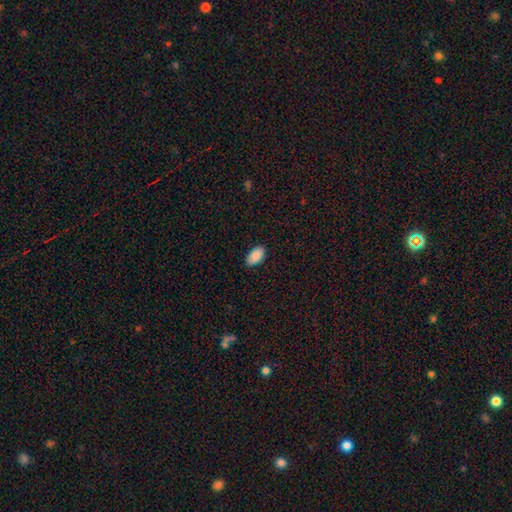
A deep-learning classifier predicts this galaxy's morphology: This is clearly a smooth galaxy (90%). How rounded: clearly in between (95%). Merging: clearly none (88%).